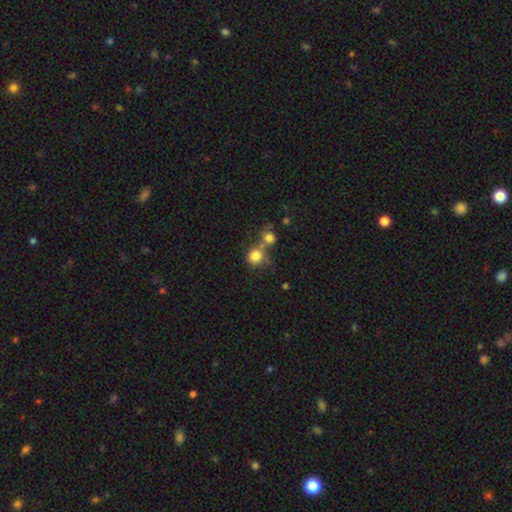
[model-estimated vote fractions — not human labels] This is clearly a smooth galaxy (81%). How rounded: clearly round (82%). Merging: possibly merger (45%).